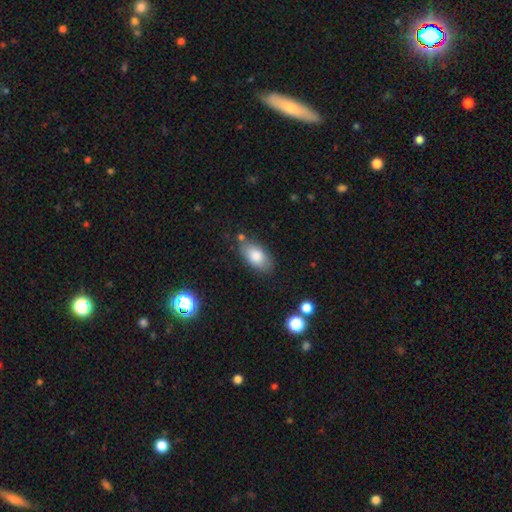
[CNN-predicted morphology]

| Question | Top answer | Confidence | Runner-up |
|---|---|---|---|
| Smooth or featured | smooth | 82% | featured or disk (11%) |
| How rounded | in between | 92% | round (4%) |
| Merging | none | 75% | minor disturbance (16%) |